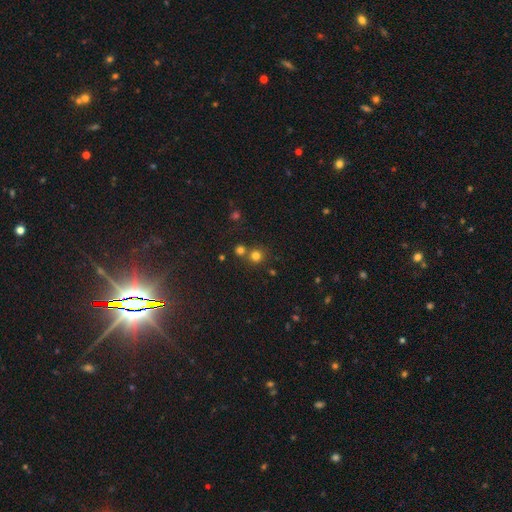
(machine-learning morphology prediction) smooth 76%, star or artifact 18%, featured or disk 6%. Down the decision tree: how rounded — round (92%); merging — none (65%).